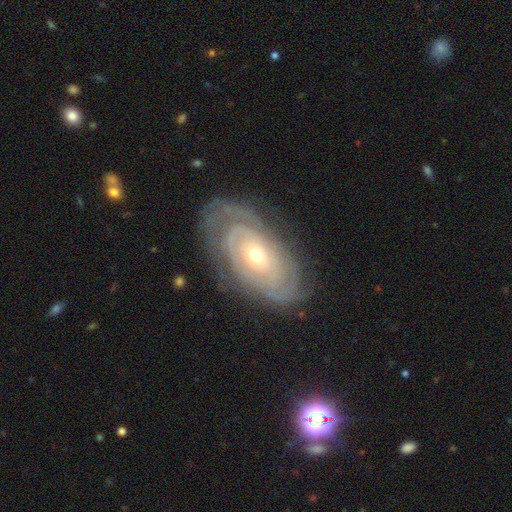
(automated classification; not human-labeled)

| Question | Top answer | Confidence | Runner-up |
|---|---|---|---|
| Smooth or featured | featured or disk | 81% | smooth (13%) |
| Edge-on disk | no | 94% | yes (6%) |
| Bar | no | 80% | weak (15%) |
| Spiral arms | yes | 86% | no (14%) |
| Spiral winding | tight | 80% | medium (15%) |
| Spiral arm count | can't tell | 48% | 2 (22%) |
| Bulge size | small | 49% | moderate (47%) |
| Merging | none | 74% | minor disturbance (17%) |